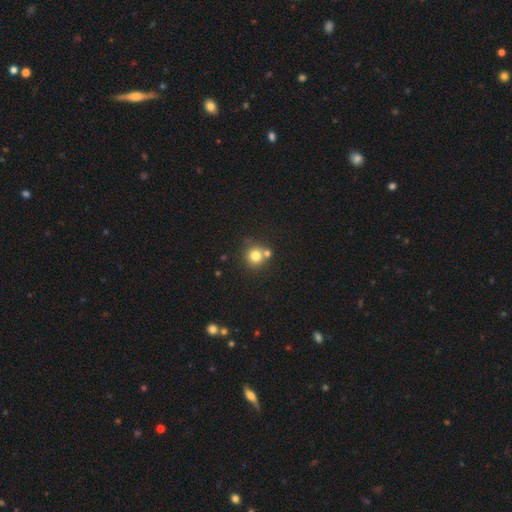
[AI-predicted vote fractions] This is likely a smooth galaxy (78%). How rounded: clearly round (92%). Merging: likely none (64%).